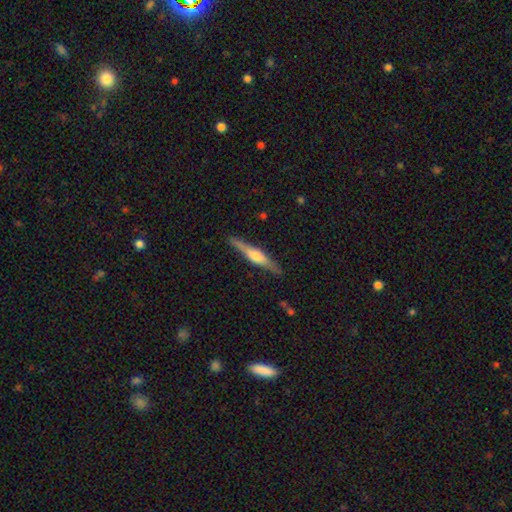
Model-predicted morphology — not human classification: This appears to be a featured or disk galaxy (66%) viewed edge-on (97%) with a rounded central bulge (82%). Merging: none (87%).